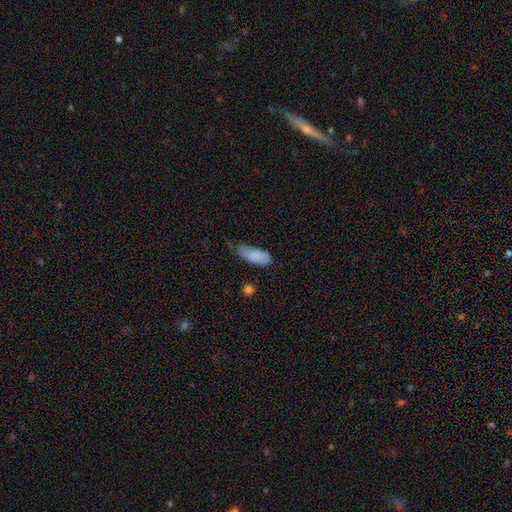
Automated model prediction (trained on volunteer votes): A smooth galaxy with no disk features (83%) that is in between round and cigar-shaped (84%).

Vote fractions:
- Smooth or featured? smooth: 83% / featured or disk: 10% / star or artifact: 7%
- How rounded? in between: 84% / cigar-shaped: 14% / round: 2%
- Merging? minor disturbance: 44% / none: 39% / major disturbance: 14% / merger: 4%